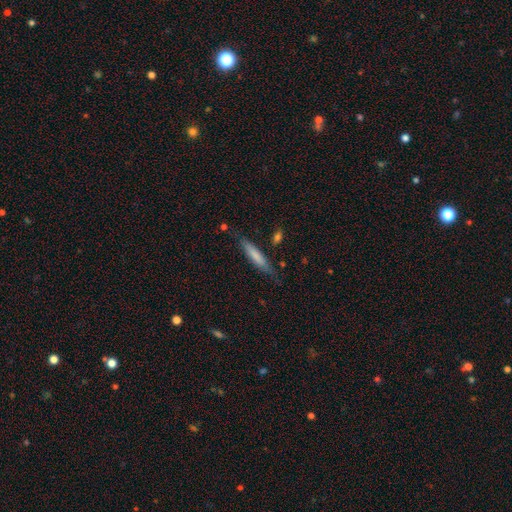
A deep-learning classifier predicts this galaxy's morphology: A smooth galaxy with no disk features (69%) that is cigar-shaped (84%).

Vote fractions:
- Smooth or featured? smooth: 69% / featured or disk: 25% / star or artifact: 6%
- How rounded? cigar-shaped: 84% / in between: 14% / round: 1%
- Merging? none: 73% / minor disturbance: 20% / major disturbance: 4% / merger: 3%